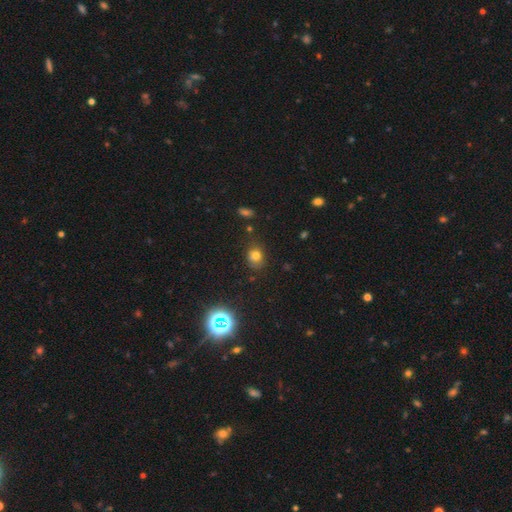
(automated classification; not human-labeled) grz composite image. It shows a smooth galaxy with no disk features (70%) that is round (63%). Merging: none (70%).